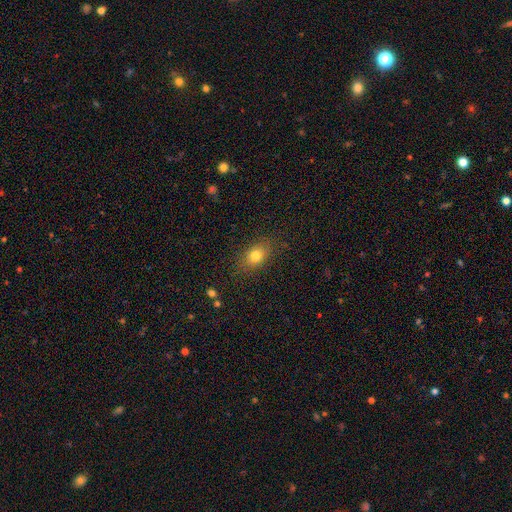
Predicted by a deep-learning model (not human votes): Overall: smooth (78%). How rounded: in between (69%). Merging: none (83%).